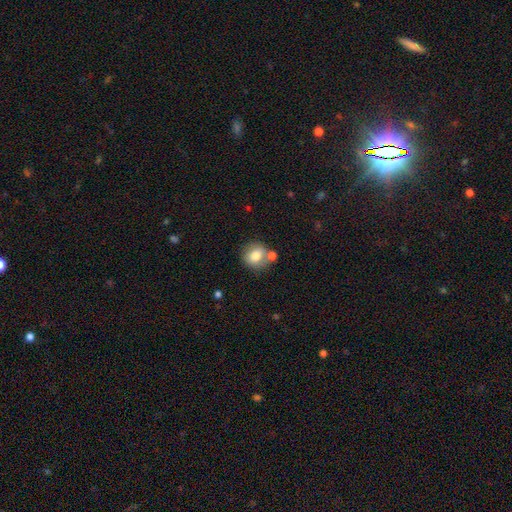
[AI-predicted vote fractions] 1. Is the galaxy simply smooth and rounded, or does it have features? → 77% smooth, 14% featured or disk, 9% star or artifact.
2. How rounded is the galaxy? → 81% round, 18% in between, 1% cigar-shaped.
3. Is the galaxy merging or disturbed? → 67% none, 17% merger, 12% minor disturbance, 4% major disturbance.